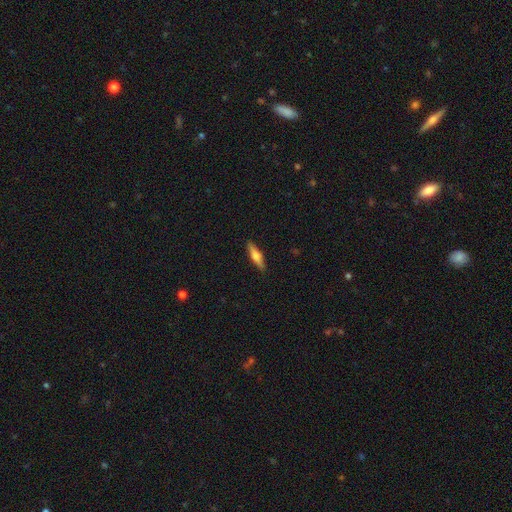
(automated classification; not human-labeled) smooth-or-featured: smooth: 57% | featured or disk: 37% | star or artifact: 6%
  how-rounded: cigar-shaped: 74% | in between: 24% | round: 2%
  merging: none: 89% | minor disturbance: 8% | major disturbance: 2% | merger: 1%